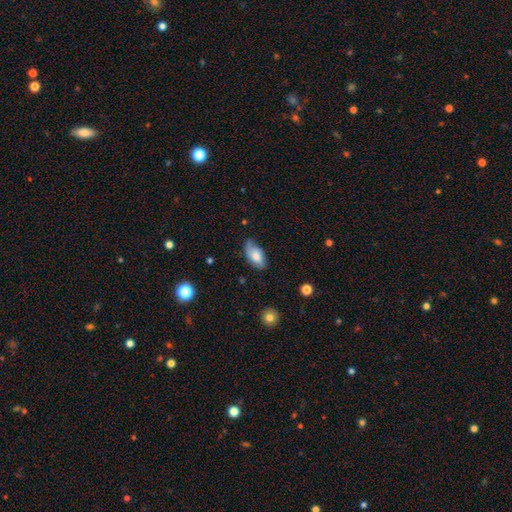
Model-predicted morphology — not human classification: smooth-or-featured: smooth: 68% | featured or disk: 25% | star or artifact: 7%
  how-rounded: in between: 92% | cigar-shaped: 4% | round: 3%
  merging: none: 61% | minor disturbance: 30% | major disturbance: 6% | merger: 2%